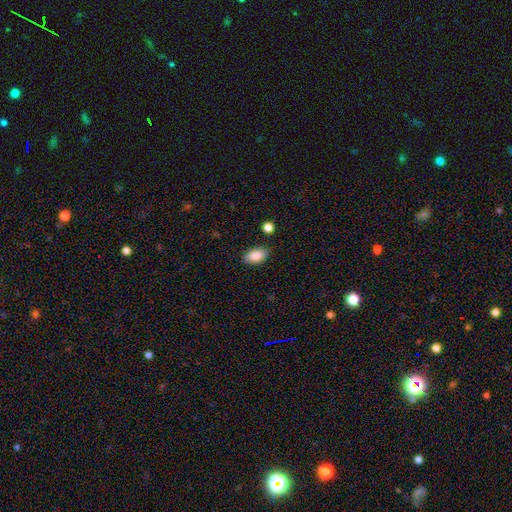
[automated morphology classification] A smooth galaxy with no disk features (87%) that is in between round and cigar-shaped (91%). Merging: none (84%).